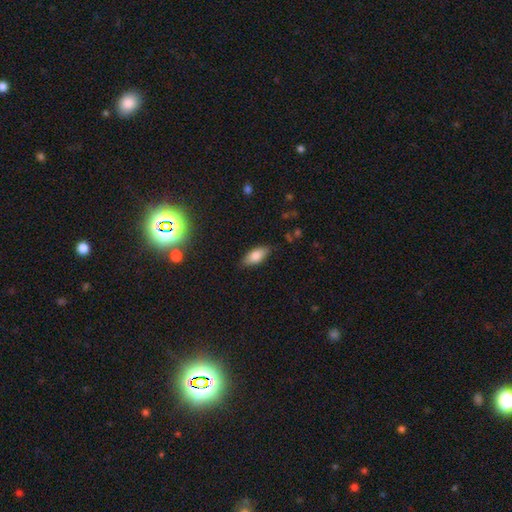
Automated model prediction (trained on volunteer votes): Q: Smooth or featured?
A: smooth (79%); runner-up: featured or disk (12%)
Q: How rounded?
A: in between (84%); runner-up: cigar-shaped (13%)
Q: Merging?
A: none (83%); runner-up: minor disturbance (13%)